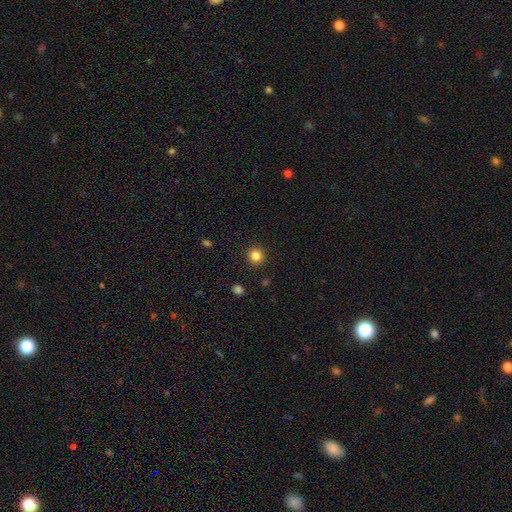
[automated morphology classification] Smooth or featured? smooth (84%)
How rounded? round (94%)
Merging? none (92%)